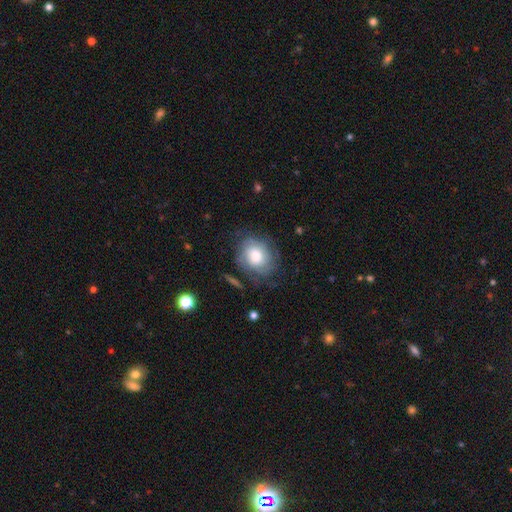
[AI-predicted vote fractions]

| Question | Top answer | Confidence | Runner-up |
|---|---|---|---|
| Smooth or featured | smooth | 46% | featured or disk (45%) |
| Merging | none | 66% | minor disturbance (21%) |